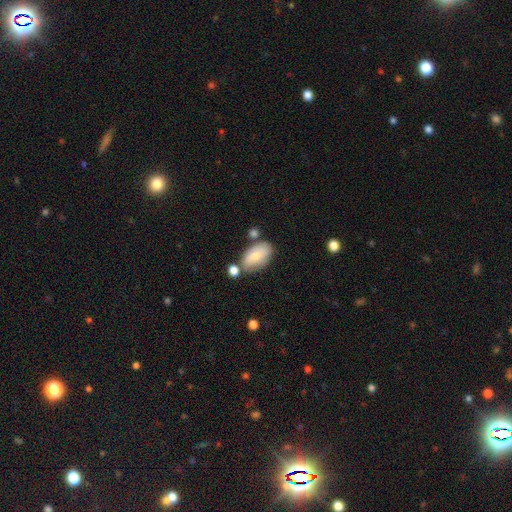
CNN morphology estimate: Overall: smooth (68%). How rounded: in between (92%). Merging: none (59%; minor disturbance 20%).